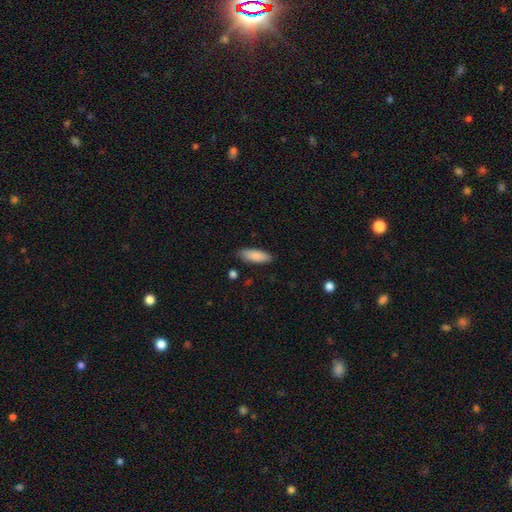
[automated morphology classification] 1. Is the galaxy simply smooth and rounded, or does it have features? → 87% smooth, 7% featured or disk, 6% star or artifact.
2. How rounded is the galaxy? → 67% in between, 32% cigar-shaped, 2% round.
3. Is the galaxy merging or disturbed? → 84% none, 12% minor disturbance, 2% major disturbance, 2% merger.